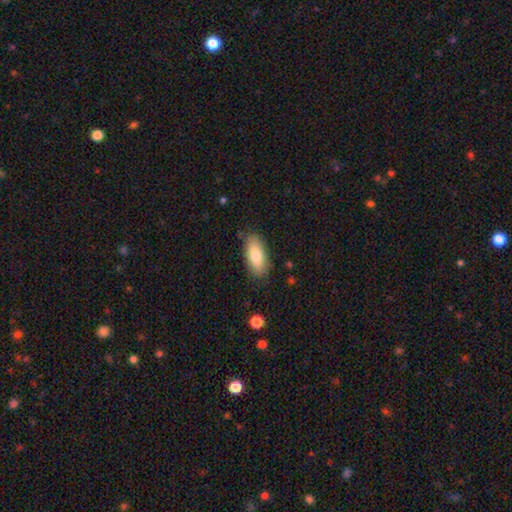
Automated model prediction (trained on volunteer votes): A smooth galaxy with no disk features (79%) that is in between round and cigar-shaped (85%).

Vote fractions:
- Smooth or featured? smooth: 79% / featured or disk: 15% / star or artifact: 6%
- How rounded? in between: 85% / cigar-shaped: 12% / round: 3%
- Merging? none: 82% / minor disturbance: 14% / major disturbance: 3% / merger: 2%